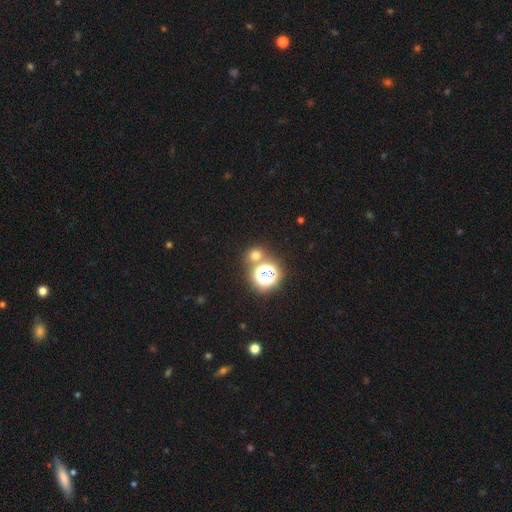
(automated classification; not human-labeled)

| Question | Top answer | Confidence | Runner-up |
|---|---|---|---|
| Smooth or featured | smooth | 62% | star or artifact (32%) |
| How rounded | round | 83% | in between (16%) |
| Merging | none | 70% | merger (19%) |